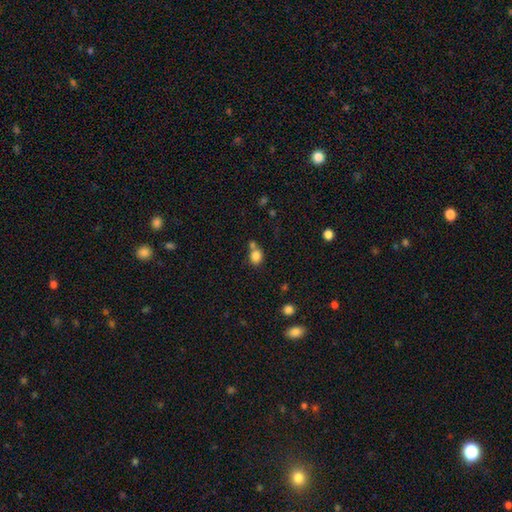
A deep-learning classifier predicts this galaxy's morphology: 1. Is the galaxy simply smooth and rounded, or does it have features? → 83% smooth, 11% star or artifact, 7% featured or disk.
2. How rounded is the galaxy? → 62% round, 37% in between, 1% cigar-shaped.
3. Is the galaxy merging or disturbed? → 52% none, 31% merger, 12% minor disturbance, 4% major disturbance.